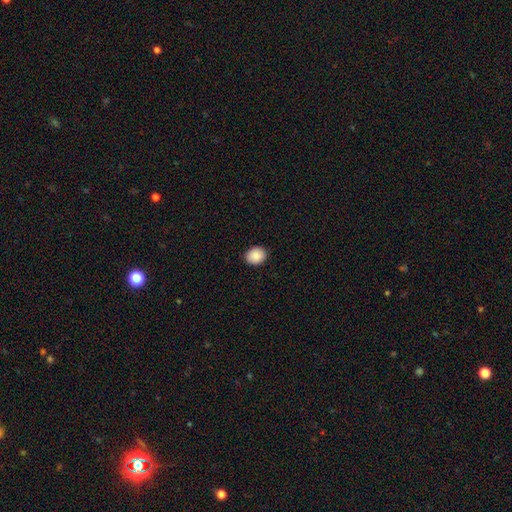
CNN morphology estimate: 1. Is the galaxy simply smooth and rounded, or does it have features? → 88% smooth, 8% star or artifact, 4% featured or disk.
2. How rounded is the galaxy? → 57% round, 43% in between, 1% cigar-shaped.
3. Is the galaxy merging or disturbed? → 90% none, 7% minor disturbance, 2% major disturbance, 1% merger.